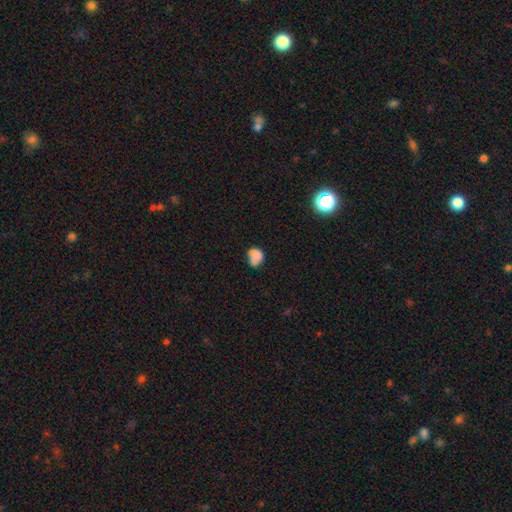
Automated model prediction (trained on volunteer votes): A smooth galaxy with no disk features (74%) that is in between round and cigar-shaped (56%). Merging: none (44%).